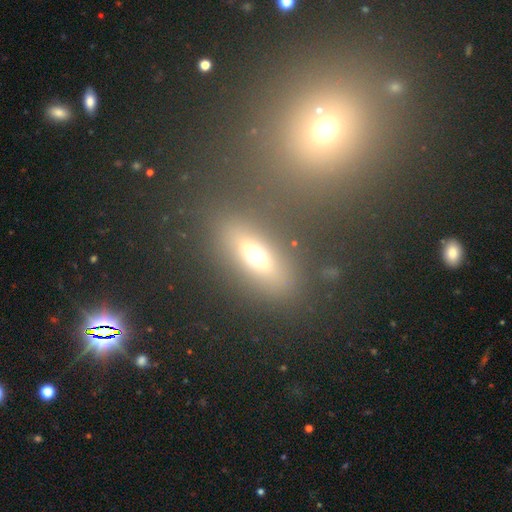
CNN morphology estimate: Smooth or featured? smooth (54%)
How rounded? in between (57%)
Merging? none (79%)